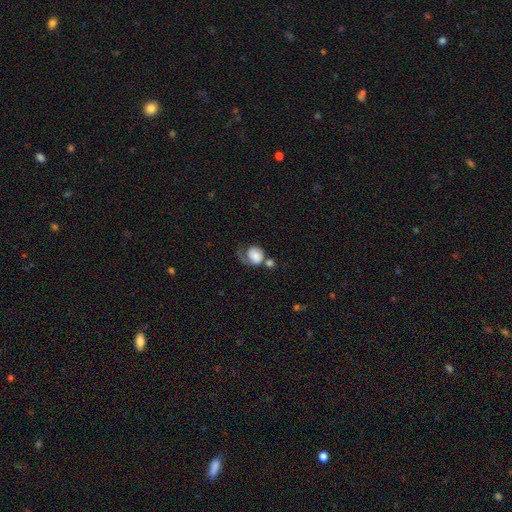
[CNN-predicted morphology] smooth 67%, featured or disk 25%, star or artifact 8%. Down the decision tree: how rounded — round (64%); merging — major disturbance (34%).